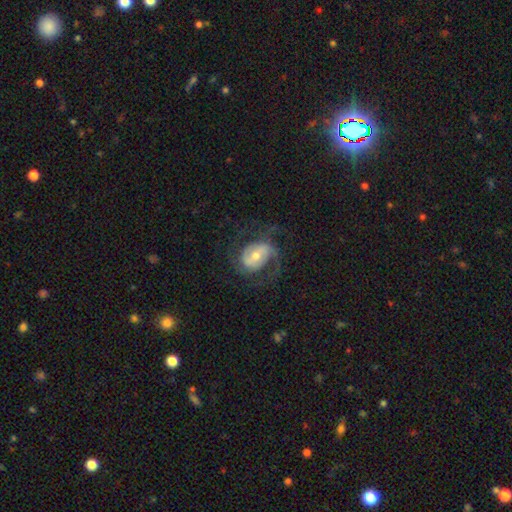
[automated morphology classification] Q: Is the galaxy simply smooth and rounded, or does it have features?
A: featured or disk — 80%.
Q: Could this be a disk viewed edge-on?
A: no — 97%.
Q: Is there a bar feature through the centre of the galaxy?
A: weak — 46%.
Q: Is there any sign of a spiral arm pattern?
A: yes — 93%.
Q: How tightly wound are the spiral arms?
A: medium — 49%.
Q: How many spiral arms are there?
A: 2 — 64%.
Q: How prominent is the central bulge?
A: moderate — 58%.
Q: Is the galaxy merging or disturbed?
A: none — 62%.